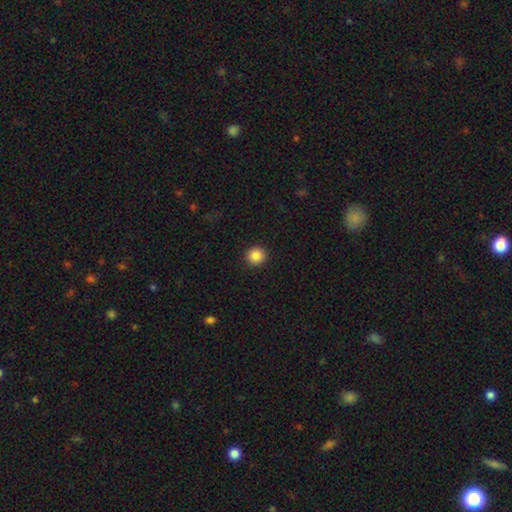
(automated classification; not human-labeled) smooth-or-featured: smooth: 87% | star or artifact: 9% | featured or disk: 3%
  how-rounded: round: 92% | in between: 7% | cigar-shaped: 1%
  merging: none: 93% | minor disturbance: 5% | major disturbance: 2% | merger: 1%